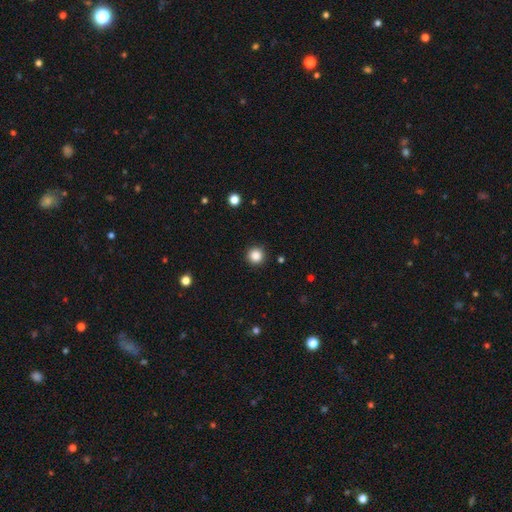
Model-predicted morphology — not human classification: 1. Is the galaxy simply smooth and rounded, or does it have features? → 86% smooth, 11% star or artifact, 3% featured or disk.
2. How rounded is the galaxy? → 96% round, 3% in between, 1% cigar-shaped.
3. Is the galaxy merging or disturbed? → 92% none, 5% minor disturbance, 2% major disturbance, 1% merger.